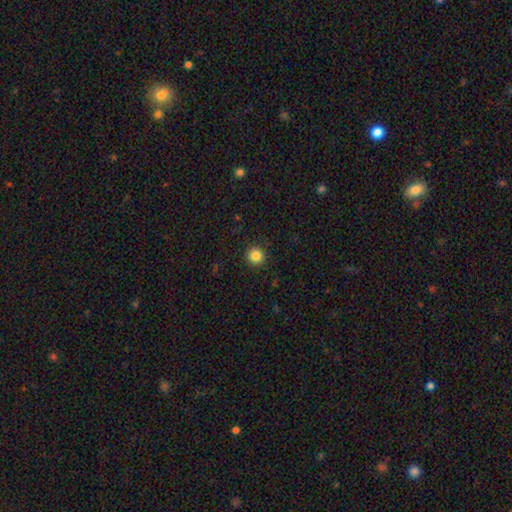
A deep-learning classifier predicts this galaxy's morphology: type=smooth (85%); roundness=round (94%); merging=none (92%).